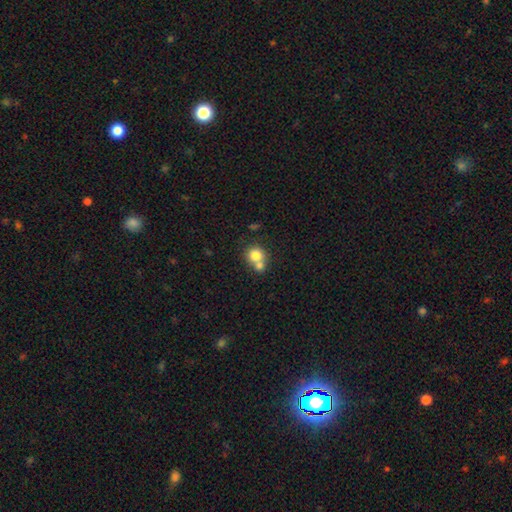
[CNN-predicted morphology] This is likely a smooth galaxy (78%). How rounded: clearly round (84%). Merging: possibly merger (52%).